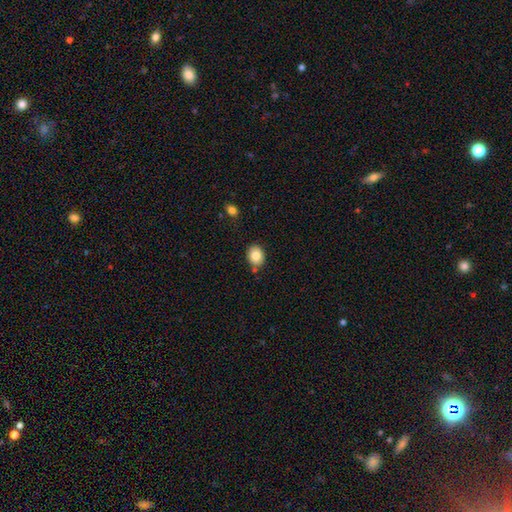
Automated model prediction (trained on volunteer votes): Morphology: type=smooth (84%); roundness=round (53%); merging=none (82%).